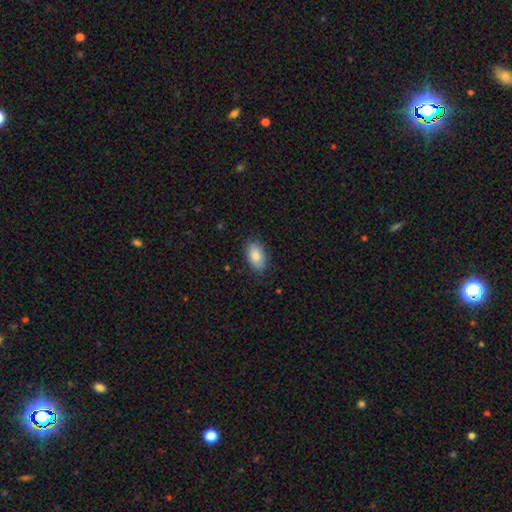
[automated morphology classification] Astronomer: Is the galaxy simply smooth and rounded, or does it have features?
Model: smooth — 83%.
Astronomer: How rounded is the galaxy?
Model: in between — 92%.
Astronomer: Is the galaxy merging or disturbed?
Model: none — 82%.